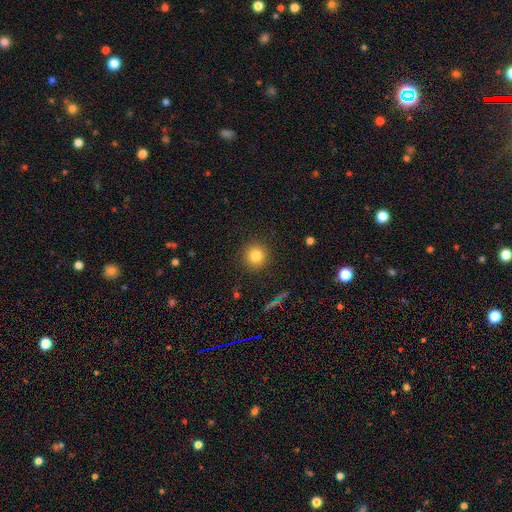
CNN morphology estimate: Smooth or featured? smooth (83%)
How rounded? round (94%)
Merging? none (91%)